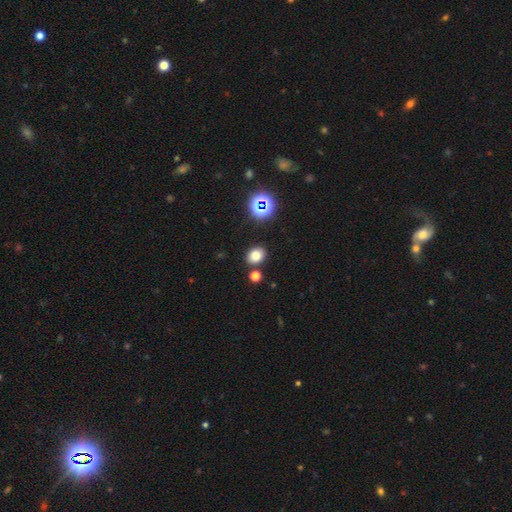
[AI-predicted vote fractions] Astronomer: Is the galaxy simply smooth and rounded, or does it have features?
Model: smooth — 75%.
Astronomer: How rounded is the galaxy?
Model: in between — 54% (runner-up: round, 45%).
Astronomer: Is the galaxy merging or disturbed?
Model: none — 82%.